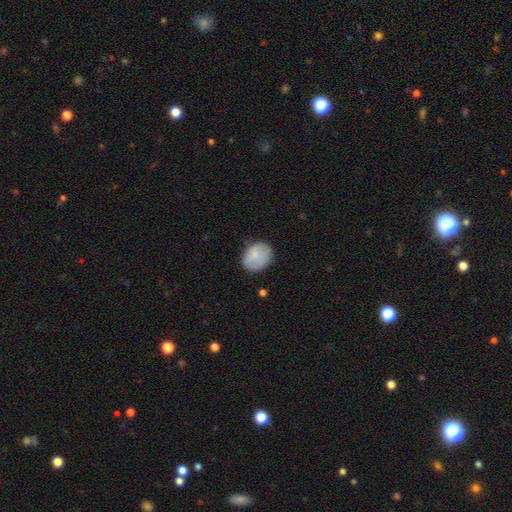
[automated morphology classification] A smooth galaxy with no disk features (81%) that is in between round and cigar-shaped (56%).

Vote fractions:
- Smooth or featured? smooth: 81% / featured or disk: 12% / star or artifact: 7%
- How rounded? in between: 56% / round: 43% / cigar-shaped: 1%
- Merging? none: 74% / minor disturbance: 20% / major disturbance: 5% / merger: 1%